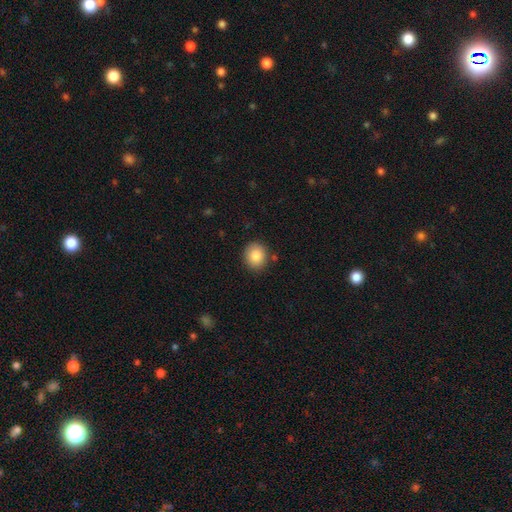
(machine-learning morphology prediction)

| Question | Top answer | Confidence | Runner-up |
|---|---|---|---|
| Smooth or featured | smooth | 86% | star or artifact (8%) |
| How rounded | round | 74% | in between (25%) |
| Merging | none | 85% | minor disturbance (10%) |